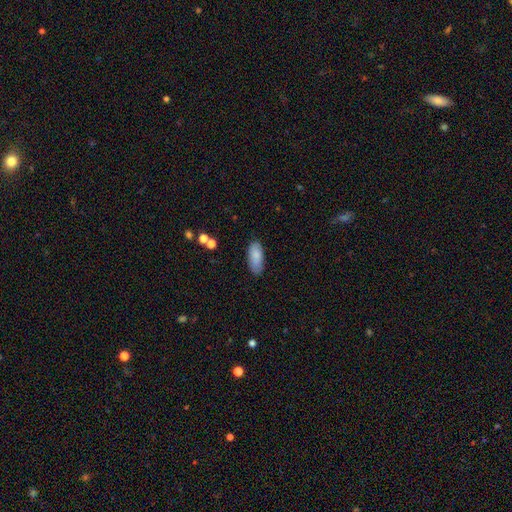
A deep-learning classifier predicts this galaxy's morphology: This appears to be a smooth galaxy with no disk features (85%) that is in between round and cigar-shaped (86%). Merging: none (80%).